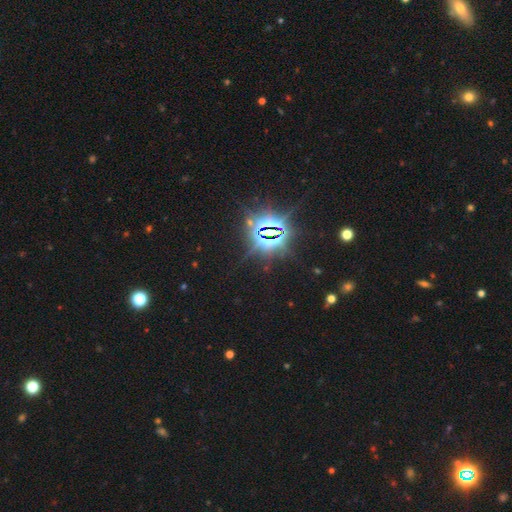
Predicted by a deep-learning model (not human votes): smooth-or-featured: star or artifact: 86% | smooth: 8% | featured or disk: 6%